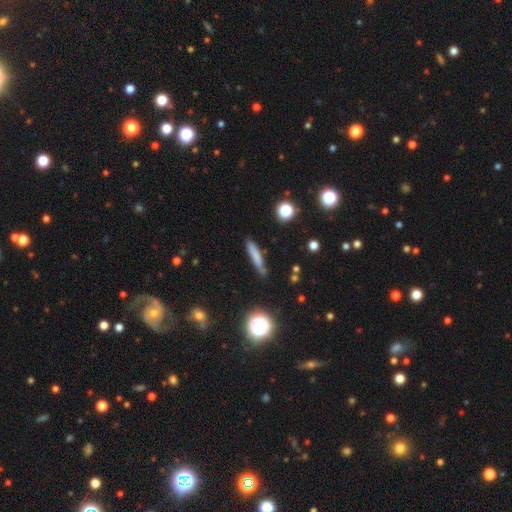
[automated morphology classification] The model was most divided on "smooth or featured": smooth: 69%, featured or disk: 21%, star or artifact: 10%. More confident: how rounded — cigar-shaped (89%); merging — none (77%).